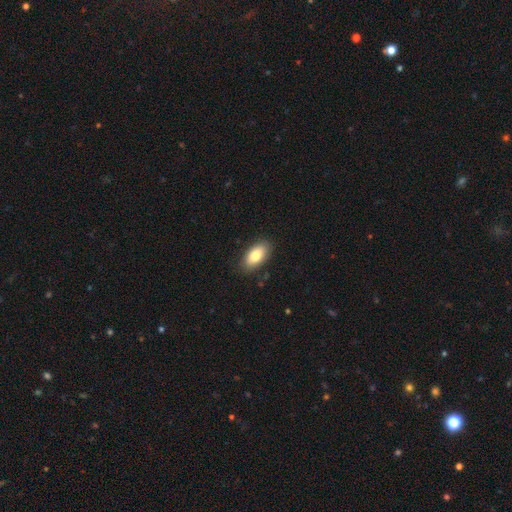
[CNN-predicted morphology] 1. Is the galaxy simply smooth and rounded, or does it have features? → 80% smooth, 14% featured or disk, 7% star or artifact.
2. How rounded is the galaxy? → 92% in between, 4% cigar-shaped, 3% round.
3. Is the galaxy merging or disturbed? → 87% none, 10% minor disturbance, 2% major disturbance, 1% merger.